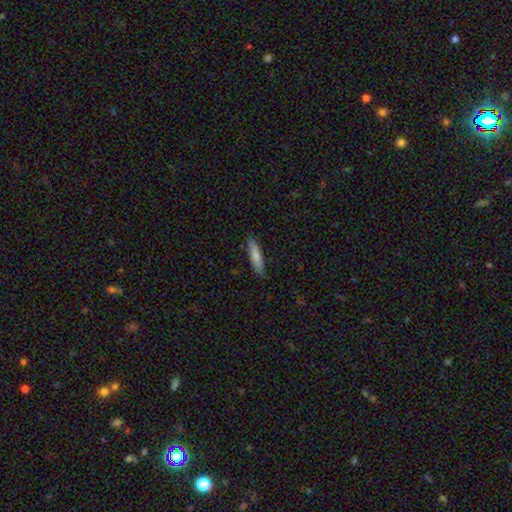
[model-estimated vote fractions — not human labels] smooth_or_featured: smooth (p=0.79) [alt: featured or disk p=0.16]
how_rounded: cigar-shaped (p=0.79) [alt: in between p=0.20]
merging: none (p=0.86) [alt: minor disturbance p=0.11]